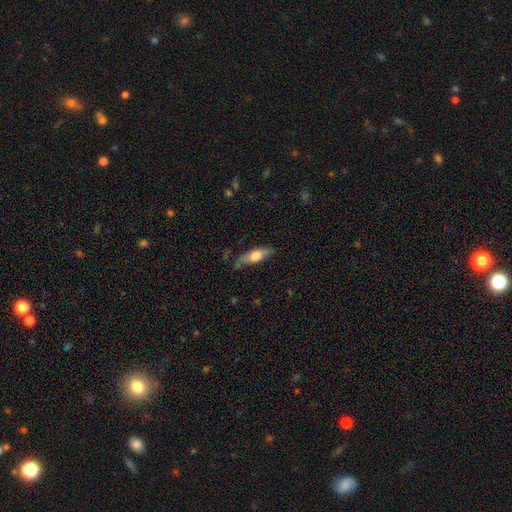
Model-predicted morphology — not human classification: Overall: smooth (55%; featured or disk 39%). How rounded: cigar-shaped (50%; in between 48%). Merging: none (72%).